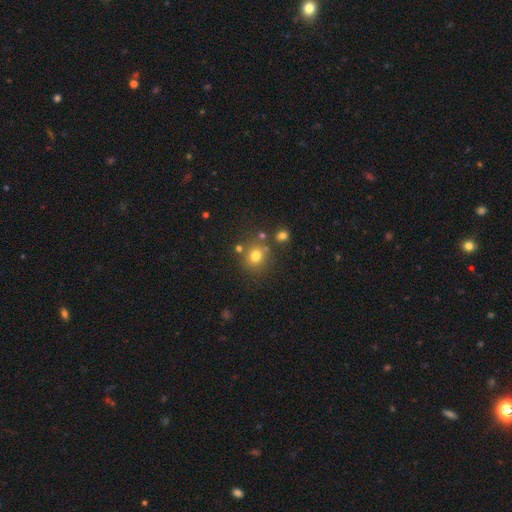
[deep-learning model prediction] A smooth galaxy with no disk features (74%) that is round (83%). Merging: none (73%).